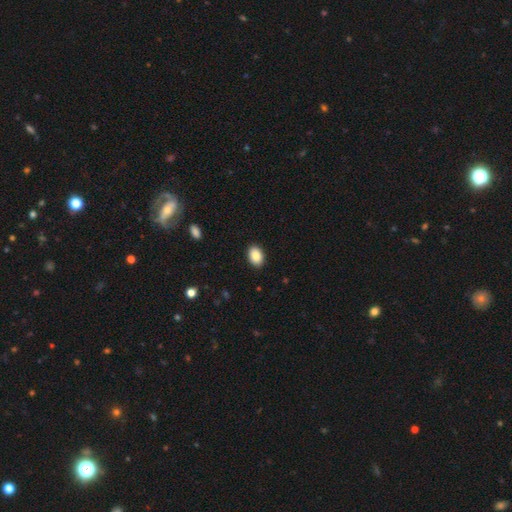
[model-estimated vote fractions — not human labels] Smooth or featured?
  - smooth: 87% *
  - star or artifact: 7%
  - featured or disk: 5%
How rounded?
  - in between: 84% *
  - round: 15%
  - cigar-shaped: 1%
Merging?
  - none: 90% *
  - minor disturbance: 7%
  - major disturbance: 2%
  - merger: 1%